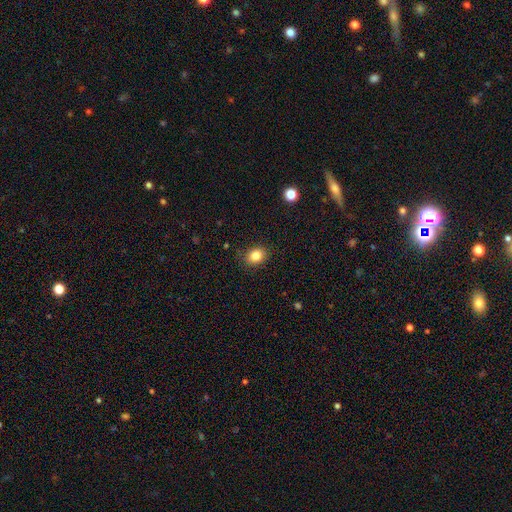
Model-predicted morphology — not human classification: This appears to be a smooth galaxy with no disk features (83%) that is in between round and cigar-shaped (50%). Merging: none (87%).